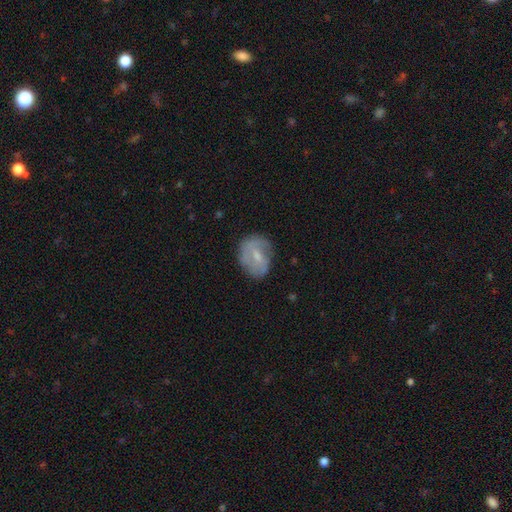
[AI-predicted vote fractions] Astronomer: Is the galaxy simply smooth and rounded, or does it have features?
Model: featured or disk — 50% (runner-up: smooth, 42%).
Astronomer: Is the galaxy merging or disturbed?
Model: none — 64%.